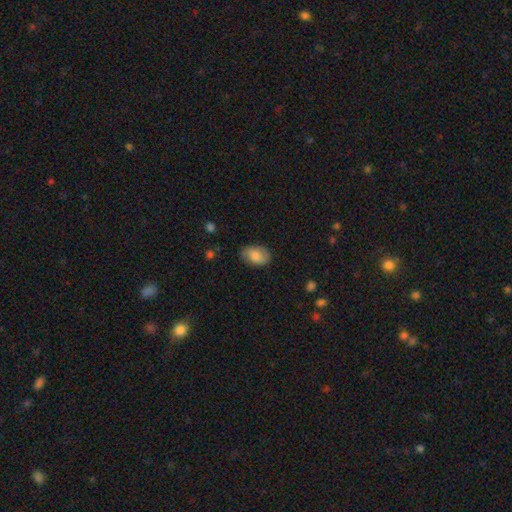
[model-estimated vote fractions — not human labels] smooth 81%, featured or disk 13%, star or artifact 7%. Down the decision tree: how rounded — in between (89%); merging — none (80%).